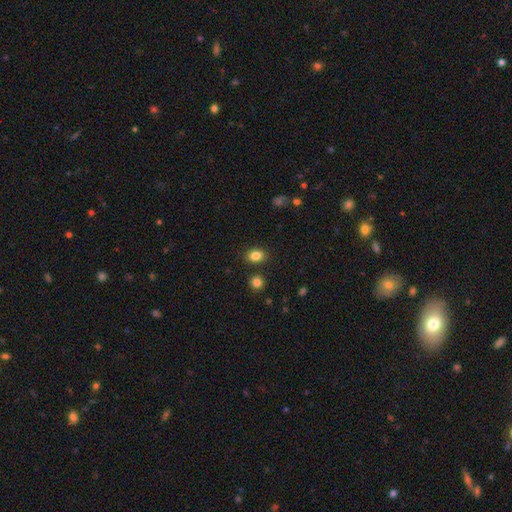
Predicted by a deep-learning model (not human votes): A smooth galaxy with no disk features (84%) that is in between round and cigar-shaped (65%). Merging: none (84%).